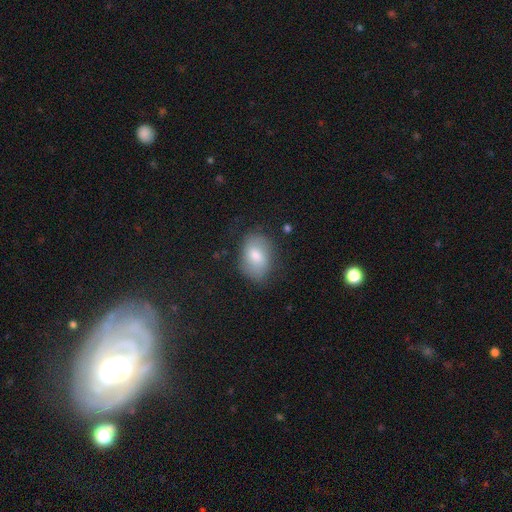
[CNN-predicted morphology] Overall: smooth (76%). How rounded: in between (83%). Merging: none (73%).